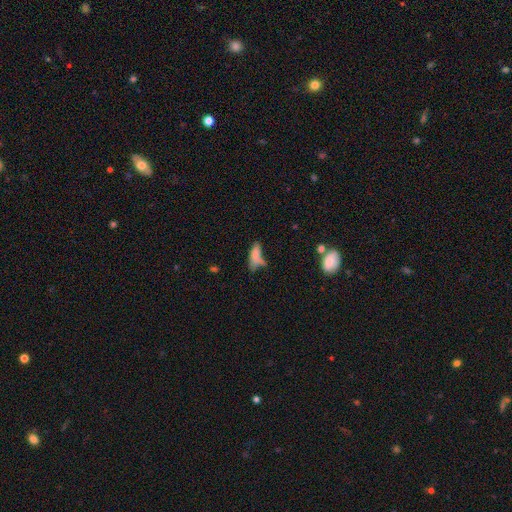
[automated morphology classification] Smooth or featured: smooth — 75% (featured or disk — 15%)
How rounded: in between — 72% (cigar-shaped — 25%)
Merging: none — 36% (minor disturbance — 28%)